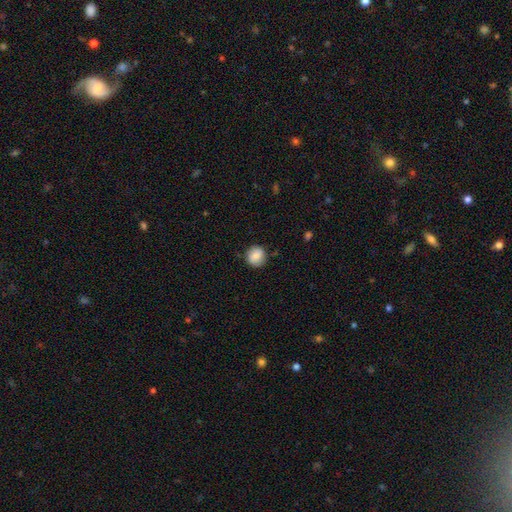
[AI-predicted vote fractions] This is clearly a smooth galaxy (83%). How rounded: clearly round (87%). Merging: clearly none (84%).